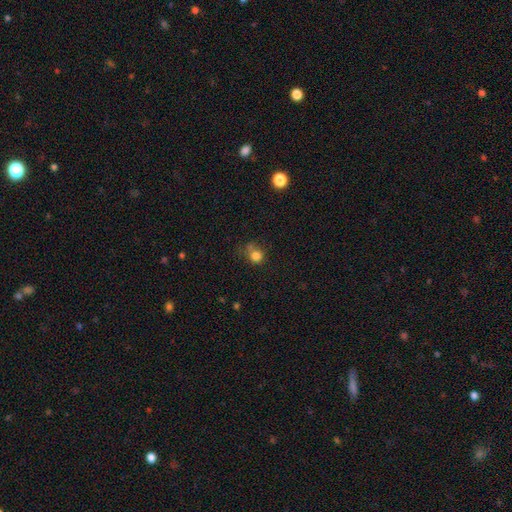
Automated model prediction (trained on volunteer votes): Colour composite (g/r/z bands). It shows a smooth galaxy with no disk features (80%) that is round (81%). Merging: none (52%).